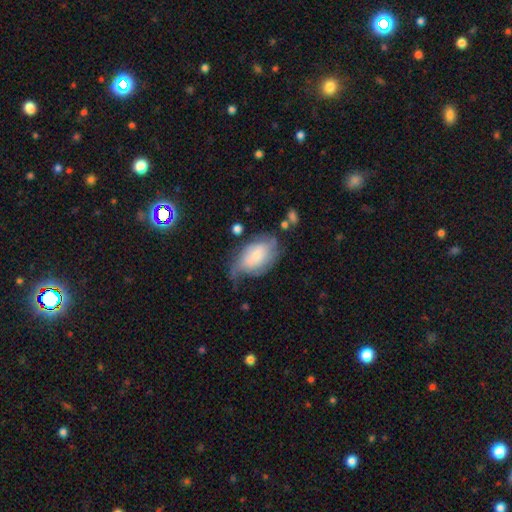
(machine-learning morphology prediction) Q: Smooth or featured?
A: smooth (47%); runner-up: featured or disk (46%)
Q: Merging?
A: none (37%); runner-up: minor disturbance (34%)